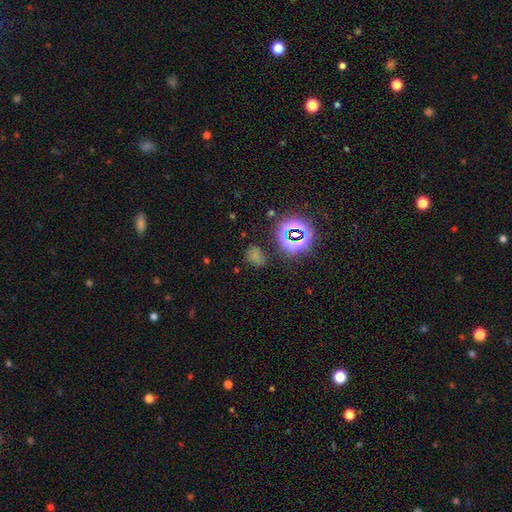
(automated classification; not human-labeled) This appears to be a smooth galaxy with no disk features (51%) that is in between round and cigar-shaped (53%). Merging: none (67%).